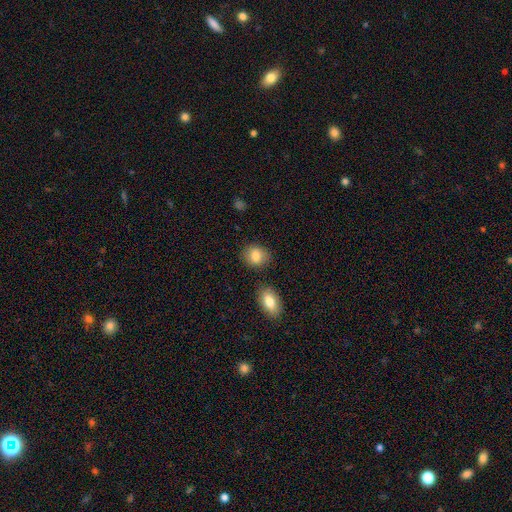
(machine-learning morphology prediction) Smooth or featured? Predicted: smooth (p=0.84). How rounded? Predicted: round (p=0.52). Merging? Predicted: none (p=0.81).